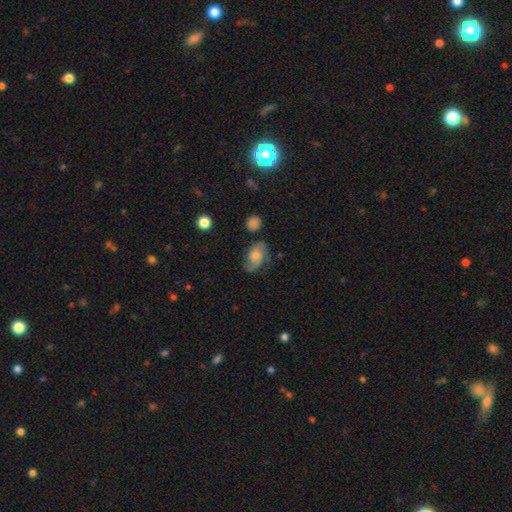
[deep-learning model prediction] This is likely a featured or disk galaxy (66%). It is clearly not viewed edge-on (96%). Bar: likely no (69%). Spiral arm pattern: clearly yes (92%). Spiral arm count: clearly 2 (84%). Spiral winding: possibly medium (47%). Central bulge: possibly moderate (47%). Merging: likely none (71%).